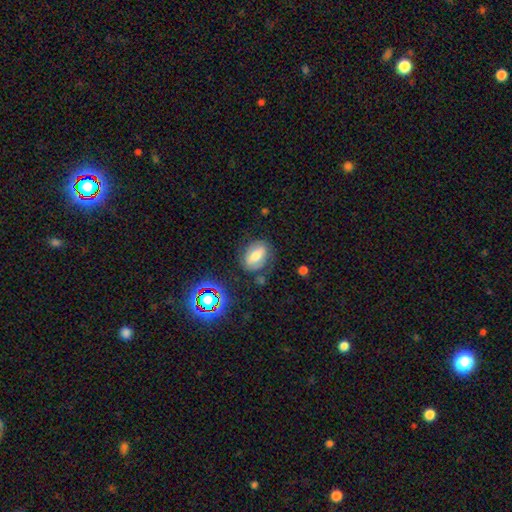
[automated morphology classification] smooth-or-featured: smooth: 60% | featured or disk: 27% | star or artifact: 12%
  how-rounded: in between: 77% | round: 21% | cigar-shaped: 2%
  merging: none: 72% | minor disturbance: 18% | major disturbance: 7% | merger: 3%